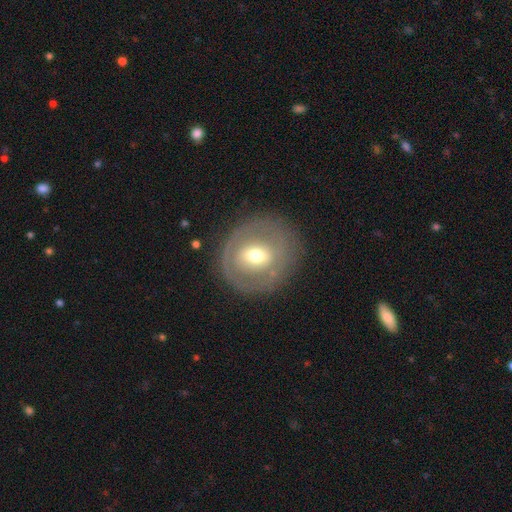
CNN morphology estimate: smooth-or-featured: featured or disk: 51% | smooth: 42% | star or artifact: 7%
  disk-edge-on: no: 93% | yes: 7%
  merging: none: 79% | minor disturbance: 12% | major disturbance: 7% | merger: 1%